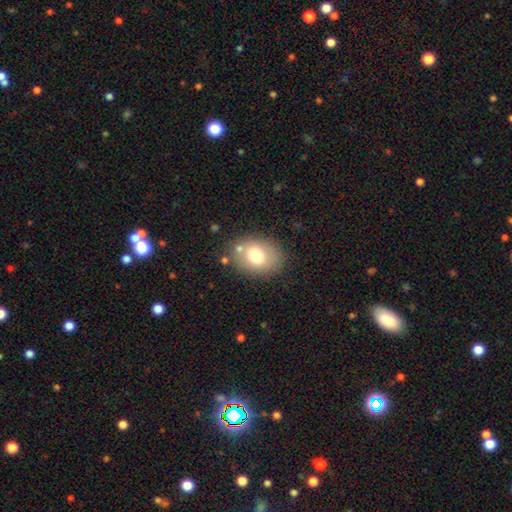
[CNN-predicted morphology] type=smooth (72%); roundness=in between (69%); merging=none (75%).